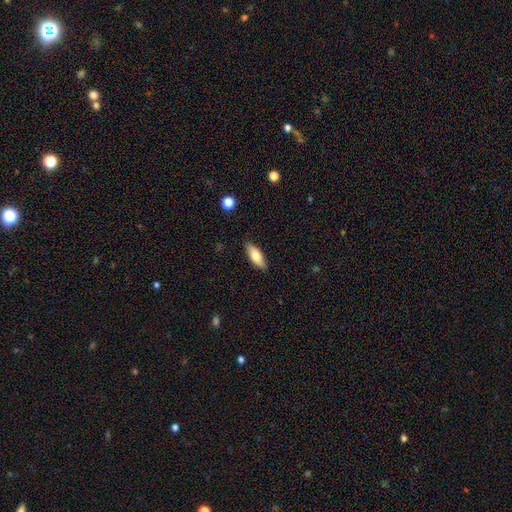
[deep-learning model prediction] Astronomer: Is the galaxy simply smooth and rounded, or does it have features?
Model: smooth — 74%.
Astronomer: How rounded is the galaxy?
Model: in between — 73%.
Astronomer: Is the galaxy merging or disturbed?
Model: none — 86%.